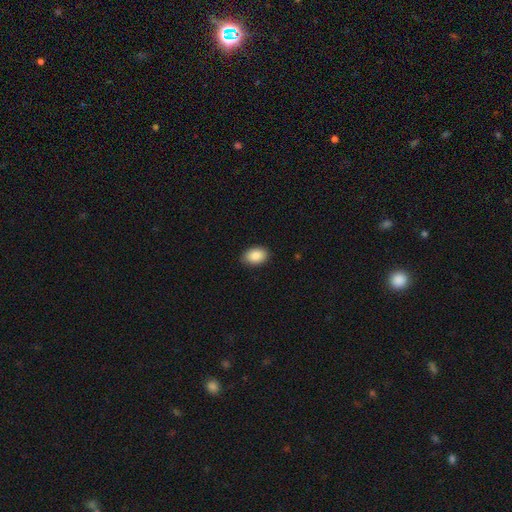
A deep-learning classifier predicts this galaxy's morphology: Q: Smooth or featured?
A: smooth (88%); runner-up: star or artifact (7%)
Q: How rounded?
A: in between (86%); runner-up: round (13%)
Q: Merging?
A: none (88%); runner-up: minor disturbance (10%)